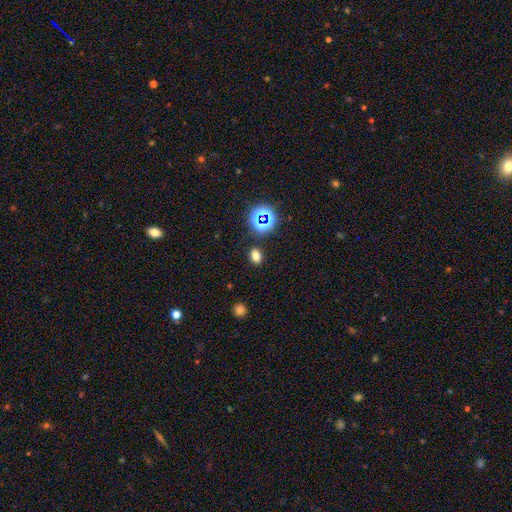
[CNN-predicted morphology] A smooth galaxy with no disk features (71%) that is in between round and cigar-shaped (68%).

Vote fractions:
- Smooth or featured? smooth: 71% / star or artifact: 22% / featured or disk: 7%
- How rounded? in between: 68% / round: 30% / cigar-shaped: 2%
- Merging? none: 86% / minor disturbance: 8% / merger: 3% / major disturbance: 3%